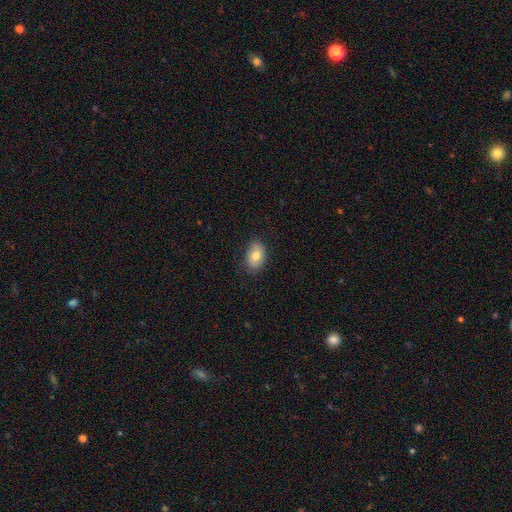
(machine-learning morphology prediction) Overall: smooth (79%). How rounded: in between (85%). Merging: none (83%).